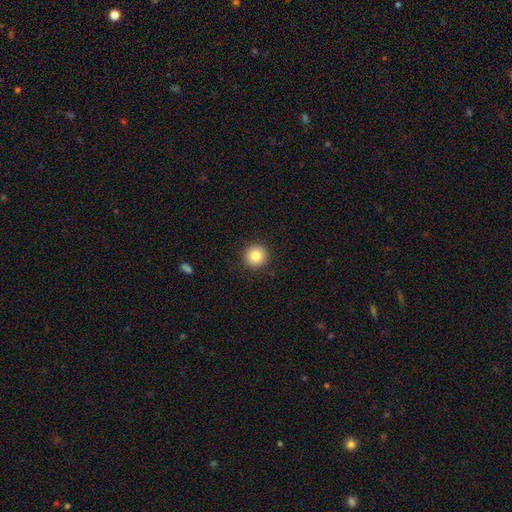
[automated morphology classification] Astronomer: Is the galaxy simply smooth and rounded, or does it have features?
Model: smooth — 84%.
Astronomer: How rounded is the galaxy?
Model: round — 95%.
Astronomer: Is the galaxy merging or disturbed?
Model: none — 92%.